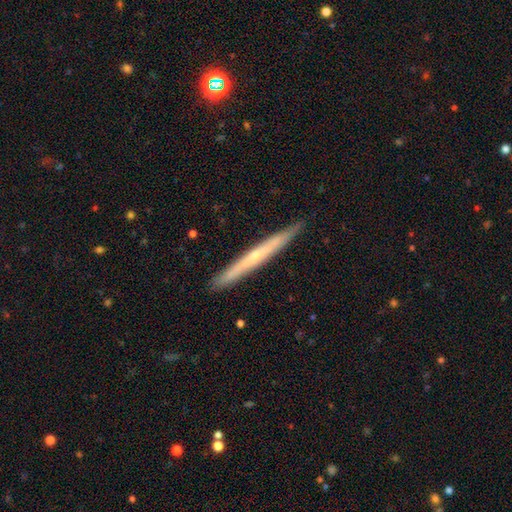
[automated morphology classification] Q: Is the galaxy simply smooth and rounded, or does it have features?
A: featured or disk — 61%.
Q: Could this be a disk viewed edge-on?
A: yes — 96%.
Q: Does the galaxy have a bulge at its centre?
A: none — 54%.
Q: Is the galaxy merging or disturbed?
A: none — 91%.